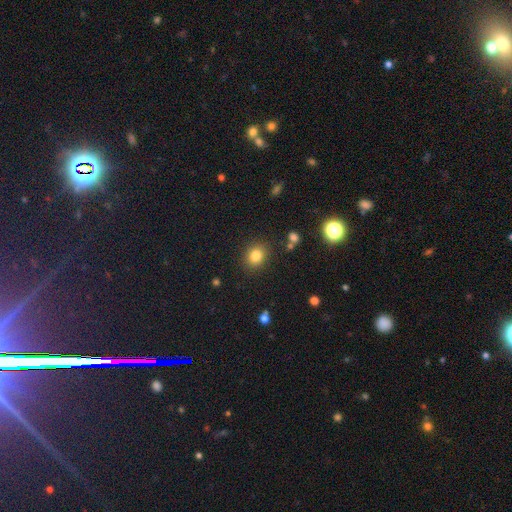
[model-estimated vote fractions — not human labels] Smooth or featured?
  - smooth: 82% *
  - star or artifact: 12%
  - featured or disk: 6%
How rounded?
  - round: 66% *
  - in between: 33%
  - cigar-shaped: 1%
Merging?
  - none: 86% *
  - minor disturbance: 9%
  - major disturbance: 3%
  - merger: 2%